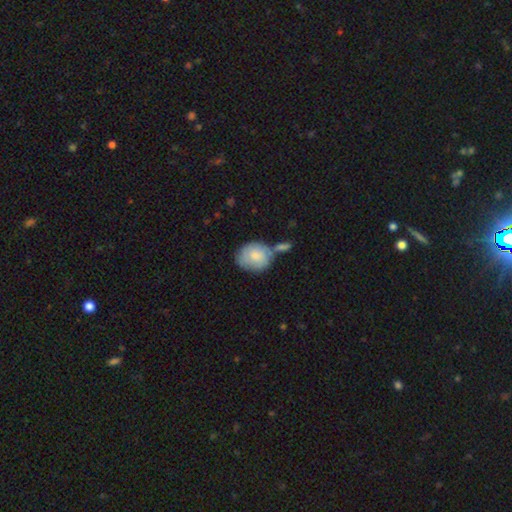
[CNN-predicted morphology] Smooth or featured? Predicted: smooth (p=0.71). How rounded? Predicted: round (p=0.63). Merging? Predicted: none (p=0.43).